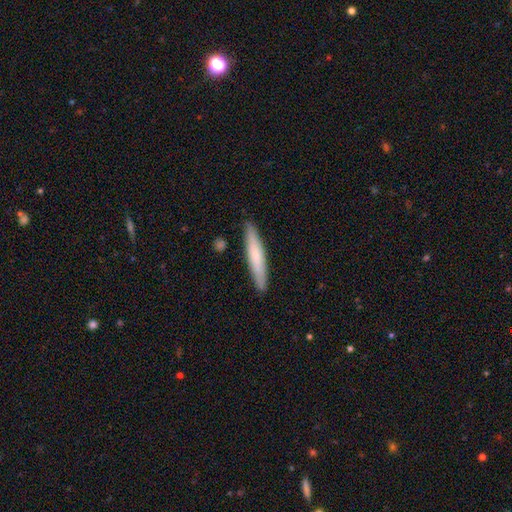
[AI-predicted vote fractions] Q: Smooth or featured?
A: smooth (69%); runner-up: featured or disk (26%)
Q: How rounded?
A: cigar-shaped (92%); runner-up: in between (7%)
Q: Merging?
A: none (89%); runner-up: minor disturbance (8%)